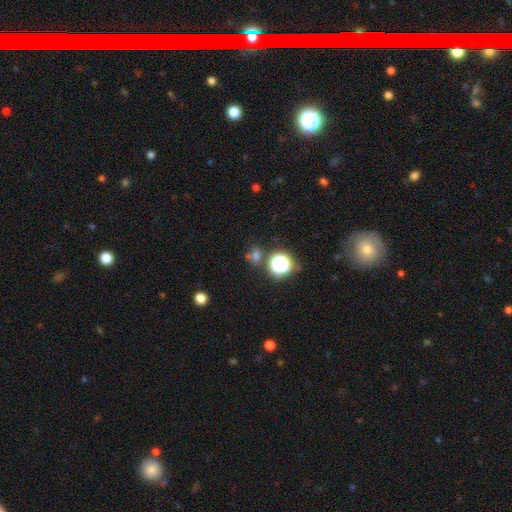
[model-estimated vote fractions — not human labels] This is possibly a smooth galaxy (58%). How rounded: likely round (74%). Merging: likely none (65%).